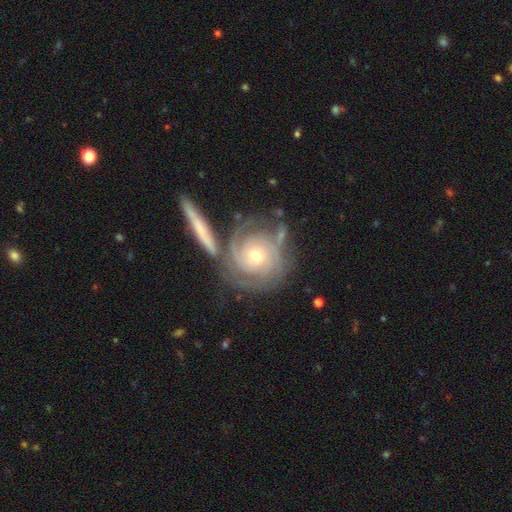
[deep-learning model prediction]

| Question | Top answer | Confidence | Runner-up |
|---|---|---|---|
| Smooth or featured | featured or disk | 86% | smooth (8%) |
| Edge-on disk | no | 96% | yes (4%) |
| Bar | no | 75% | weak (18%) |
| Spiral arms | yes | 97% | no (3%) |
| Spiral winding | tight | 76% | medium (21%) |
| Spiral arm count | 3 | 31% | 2 (28%) |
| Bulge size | small | 51% | moderate (45%) |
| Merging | none | 63% | minor disturbance (16%) |